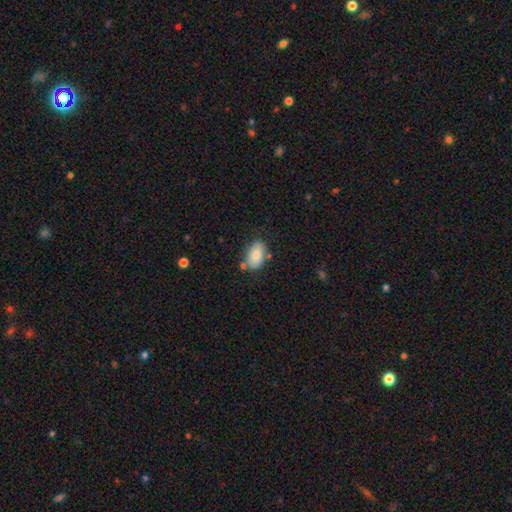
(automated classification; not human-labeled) Smooth or featured? Predicted: smooth (p=0.82). How rounded? Predicted: in between (p=0.92). Merging? Predicted: none (p=0.74).